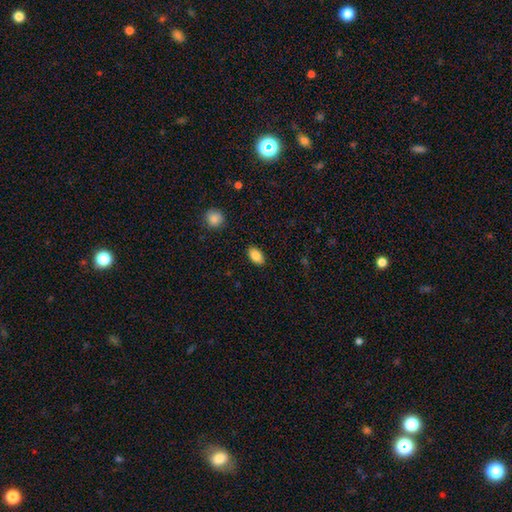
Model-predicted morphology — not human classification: Smooth or featured? Predicted: smooth (p=0.86). How rounded? Predicted: in between (p=0.91). Merging? Predicted: none (p=0.88).